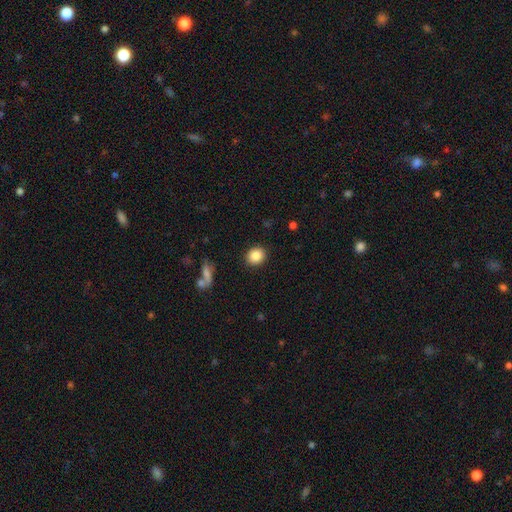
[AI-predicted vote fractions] A smooth galaxy with no disk features (87%) that is round (71%).

Vote fractions:
- Smooth or featured? smooth: 87% / star or artifact: 9% / featured or disk: 4%
- How rounded? round: 71% / in between: 28% / cigar-shaped: 1%
- Merging? none: 89% / minor disturbance: 7% / major disturbance: 2% / merger: 2%